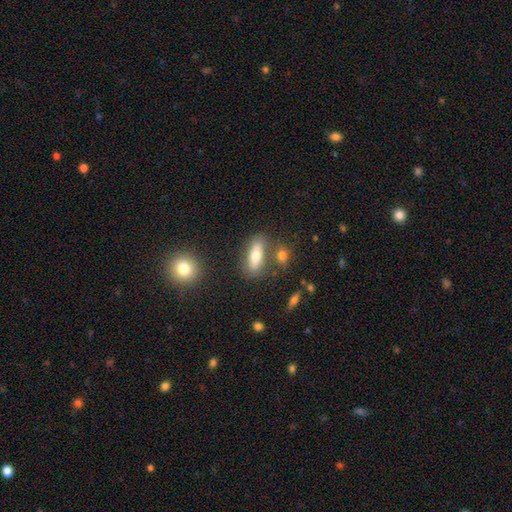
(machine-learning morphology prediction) This appears to be a smooth galaxy with no disk features (70%) that is in between round and cigar-shaped (69%). Merging: none (70%).